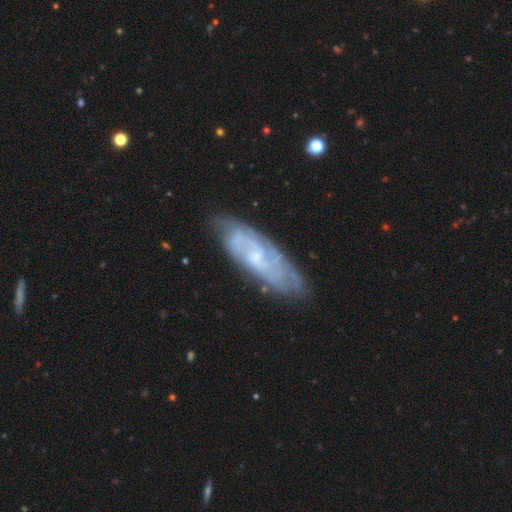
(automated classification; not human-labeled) Smooth or featured? Predicted: featured or disk (p=0.73). Edge-on disk? Predicted: no (p=0.84). Bar? Predicted: no (p=0.59). Spiral arms? Predicted: yes (p=0.85). Spiral winding? Predicted: tight (p=0.57). Spiral arm count? Predicted: can't tell (p=0.54). Bulge size? Predicted: small (p=0.65). Merging? Predicted: none (p=0.73).